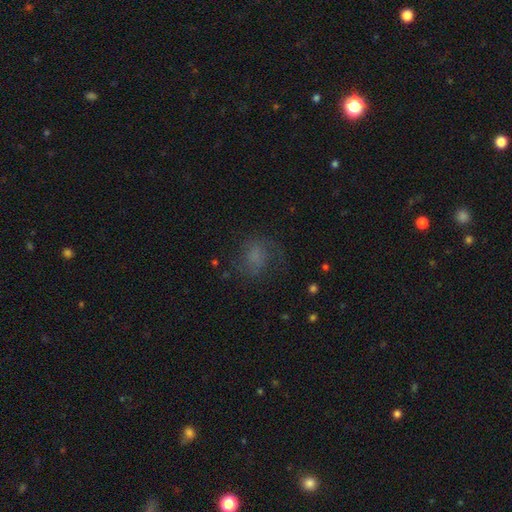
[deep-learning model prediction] This appears to be a smooth galaxy with no disk features (55%) that is round (60%). Merging: none (61%).